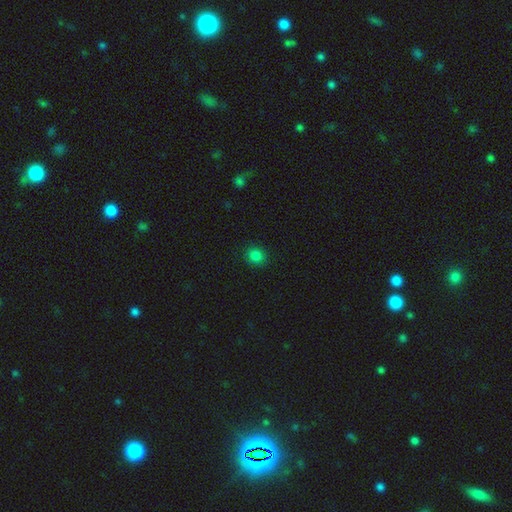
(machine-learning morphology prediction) Overall: smooth (83%). How rounded: round (75%). Merging: none (90%).